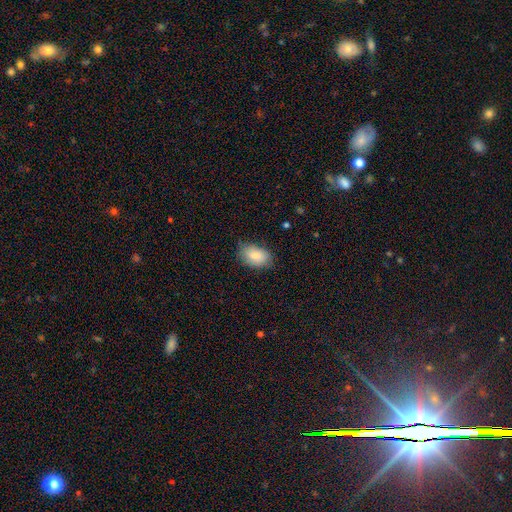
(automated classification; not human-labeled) smooth_or_featured: smooth (p=0.85) [alt: featured or disk p=0.08]
how_rounded: in between (p=0.89) [alt: round p=0.10]
merging: none (p=0.77) [alt: minor disturbance p=0.19]